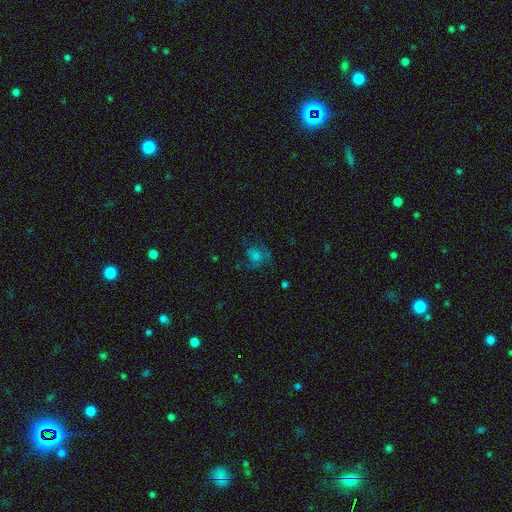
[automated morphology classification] Smooth or featured: featured or disk — 42% (smooth — 35%)
Merging: none — 63% (minor disturbance — 18%)